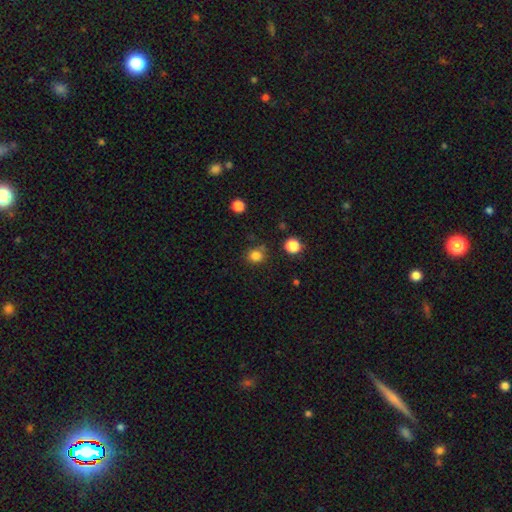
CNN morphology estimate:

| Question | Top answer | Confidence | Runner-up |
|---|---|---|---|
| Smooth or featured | smooth | 82% | star or artifact (14%) |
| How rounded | round | 80% | in between (20%) |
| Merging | none | 76% | minor disturbance (14%) |